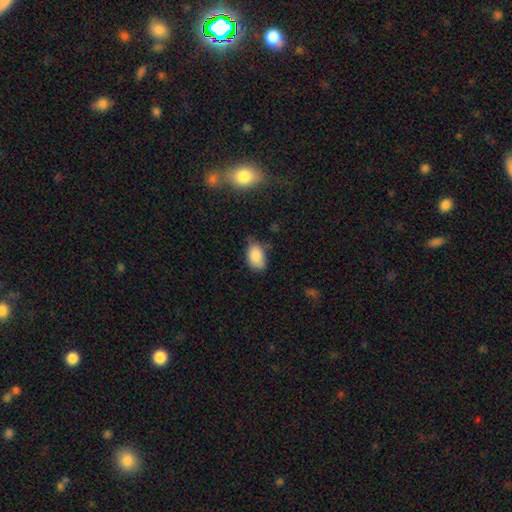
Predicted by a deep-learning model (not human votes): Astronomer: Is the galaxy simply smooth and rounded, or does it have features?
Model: smooth — 86%.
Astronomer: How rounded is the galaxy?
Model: in between — 89%.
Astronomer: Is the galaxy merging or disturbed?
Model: none — 58%.